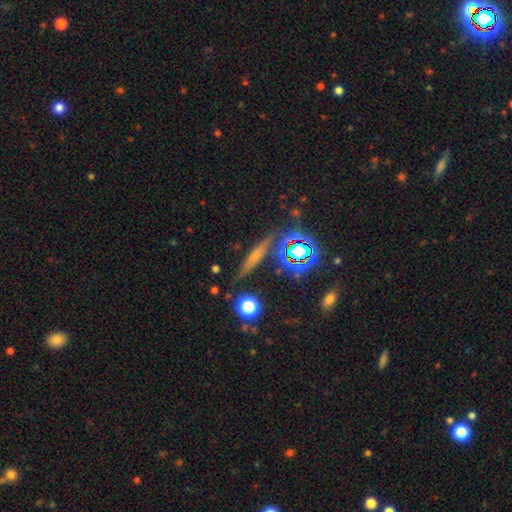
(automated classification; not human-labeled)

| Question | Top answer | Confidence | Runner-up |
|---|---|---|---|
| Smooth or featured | smooth | 42% | featured or disk (37%) |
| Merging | none | 81% | minor disturbance (11%) |